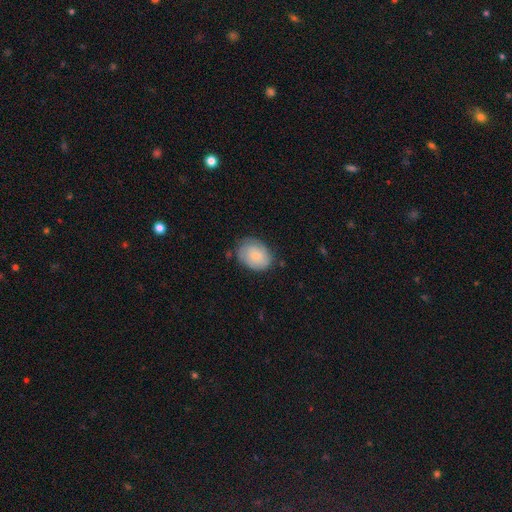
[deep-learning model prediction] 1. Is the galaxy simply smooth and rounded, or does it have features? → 63% smooth, 30% featured or disk, 7% star or artifact.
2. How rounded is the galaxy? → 67% in between, 32% round, 1% cigar-shaped.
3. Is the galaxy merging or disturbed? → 68% none, 24% minor disturbance, 6% major disturbance, 2% merger.